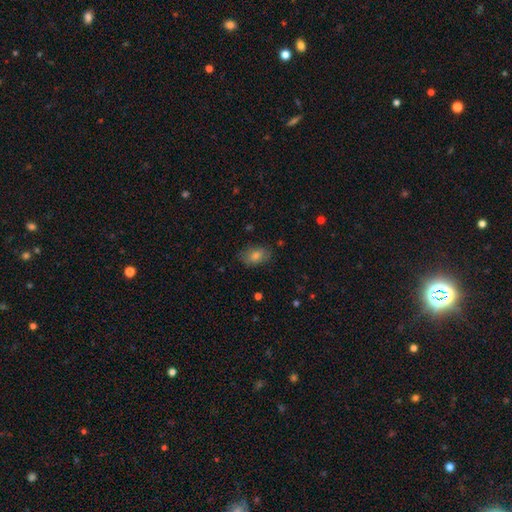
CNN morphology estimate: type=smooth (69%); roundness=in between (82%); merging=none (81%).